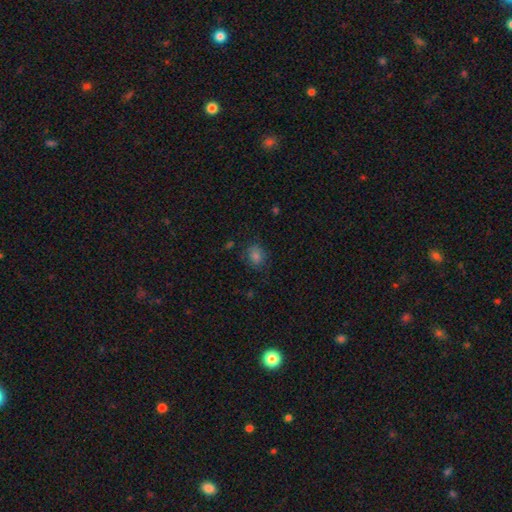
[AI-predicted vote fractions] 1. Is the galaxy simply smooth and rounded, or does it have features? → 79% smooth, 15% star or artifact, 7% featured or disk.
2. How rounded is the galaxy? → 57% round, 42% in between, 1% cigar-shaped.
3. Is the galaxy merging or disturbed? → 77% none, 16% minor disturbance, 4% major disturbance, 2% merger.